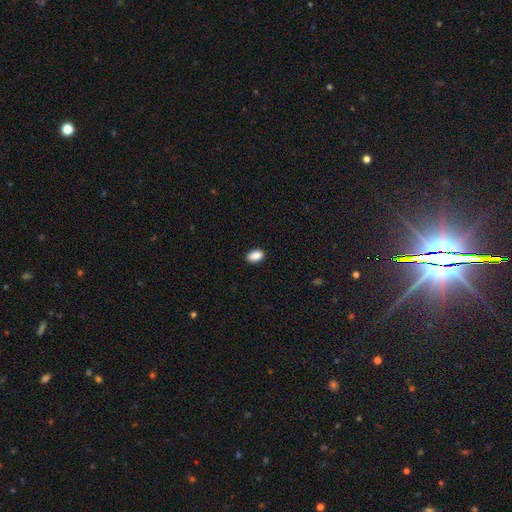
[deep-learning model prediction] Smooth or featured? smooth (89%)
How rounded? in between (92%)
Merging? none (89%)